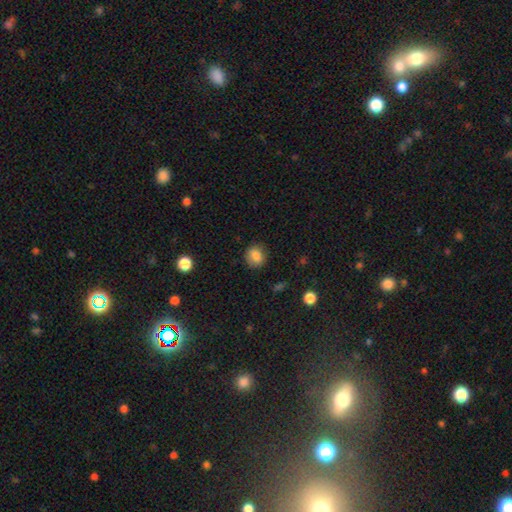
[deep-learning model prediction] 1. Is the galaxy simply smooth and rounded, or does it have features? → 84% smooth, 10% star or artifact, 7% featured or disk.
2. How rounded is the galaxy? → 73% round, 26% in between, 1% cigar-shaped.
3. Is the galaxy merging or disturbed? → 84% none, 11% minor disturbance, 3% major disturbance, 1% merger.